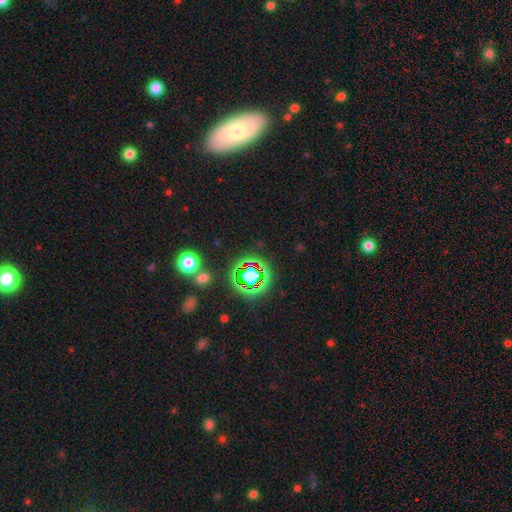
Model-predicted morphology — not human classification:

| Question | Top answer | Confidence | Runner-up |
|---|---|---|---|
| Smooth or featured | star or artifact | 57% | smooth (26%) |